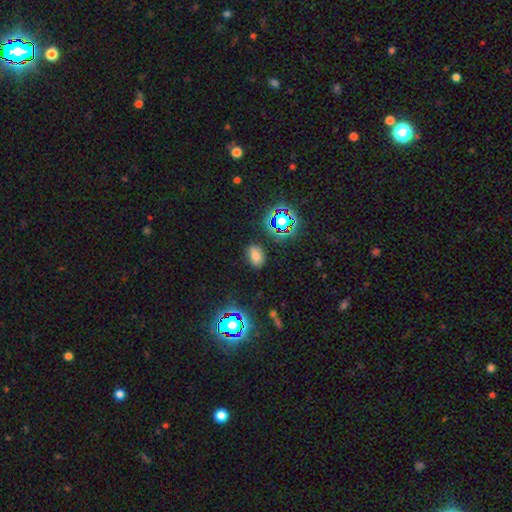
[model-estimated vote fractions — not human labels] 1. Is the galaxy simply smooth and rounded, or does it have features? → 69% smooth, 24% star or artifact, 7% featured or disk.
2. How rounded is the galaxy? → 83% in between, 15% round, 2% cigar-shaped.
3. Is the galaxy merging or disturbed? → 82% none, 13% minor disturbance, 4% major disturbance, 2% merger.